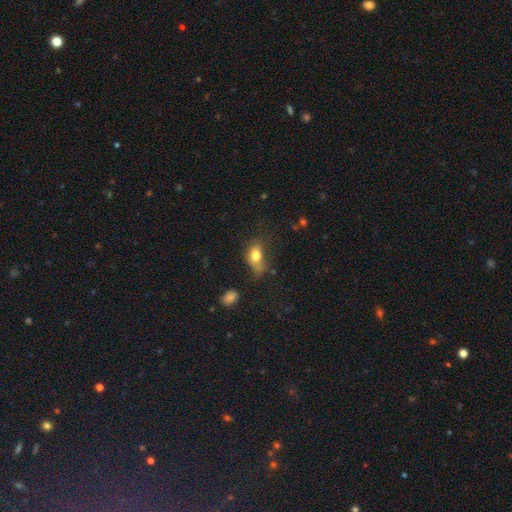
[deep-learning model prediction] Q: Smooth or featured?
A: smooth (77%); runner-up: featured or disk (14%)
Q: How rounded?
A: in between (78%); runner-up: round (19%)
Q: Merging?
A: none (38%); runner-up: minor disturbance (33%)